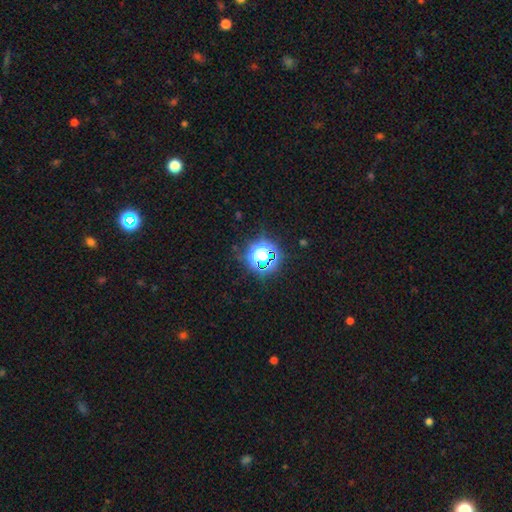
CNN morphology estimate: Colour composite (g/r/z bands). It shows a star or artifact, not a galaxy (67%).